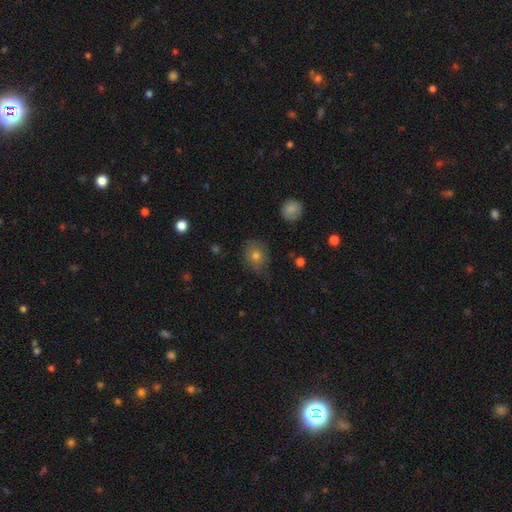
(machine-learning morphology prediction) This appears to be a smooth galaxy with no disk features (70%) that is round (59%). Merging: none (64%).